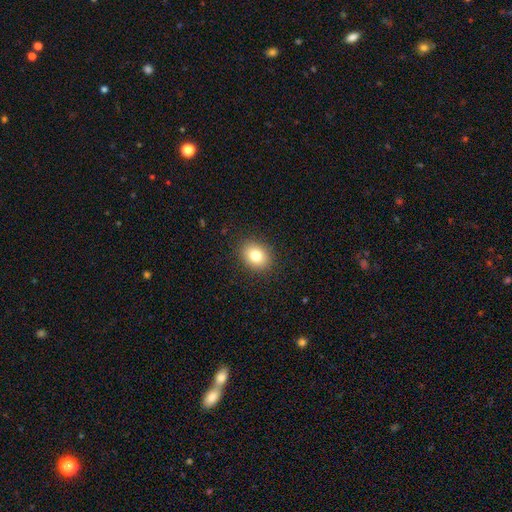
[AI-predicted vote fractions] Morphology: type=smooth (81%); roundness=in between (52%); merging=none (89%).